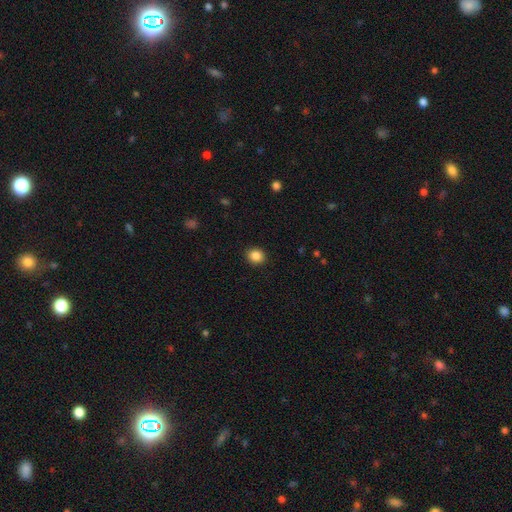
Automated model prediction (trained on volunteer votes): Morphology: type=smooth (87%); roundness=round (76%); merging=none (91%).